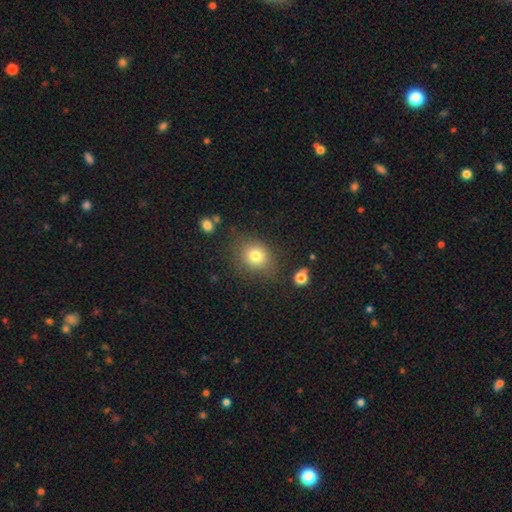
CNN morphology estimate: smooth_or_featured: smooth (p=0.78) [alt: star or artifact p=0.12]
how_rounded: round (p=0.67) [alt: in between p=0.32]
merging: none (p=0.76) [alt: minor disturbance p=0.15]